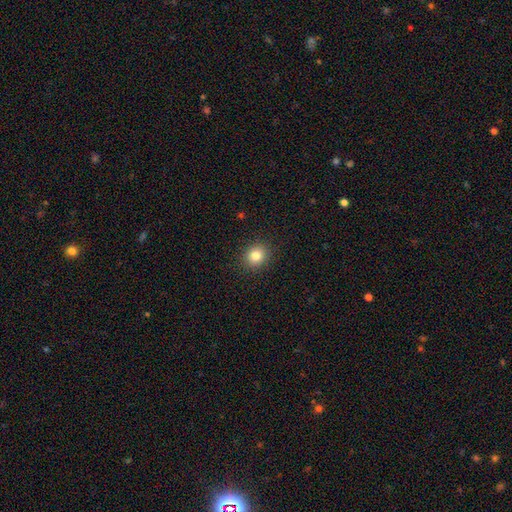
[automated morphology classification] This appears to be a smooth galaxy with no disk features (83%) that is round (76%). Merging: none (91%).